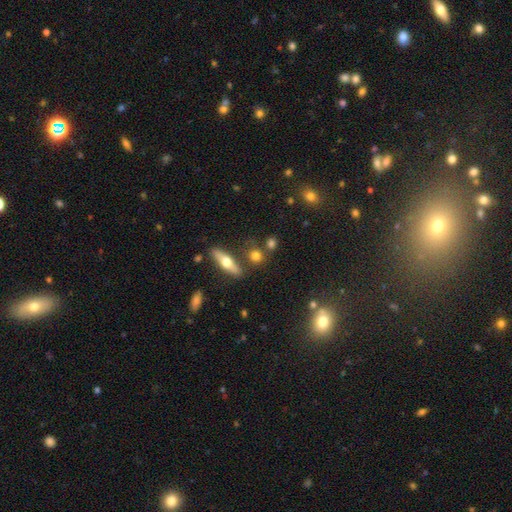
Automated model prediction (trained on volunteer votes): smooth_or_featured: smooth (p=0.72) [alt: featured or disk p=0.18]
how_rounded: round (p=0.70) [alt: in between p=0.21]
merging: none (p=0.73) [alt: merger p=0.13]